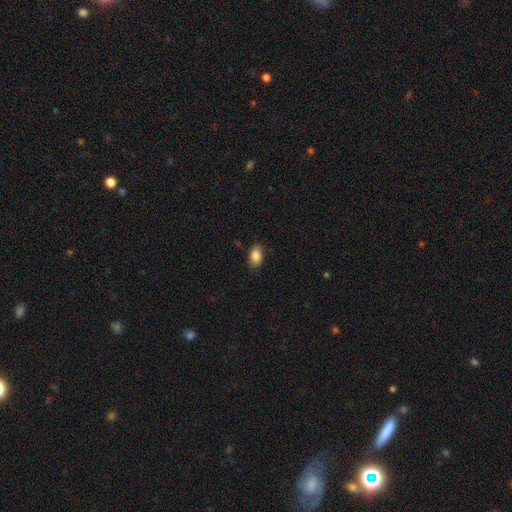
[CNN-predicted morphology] smooth-or-featured: smooth: 87% | star or artifact: 8% | featured or disk: 5%
  how-rounded: in between: 91% | round: 7% | cigar-shaped: 2%
  merging: none: 84% | minor disturbance: 12% | major disturbance: 3% | merger: 1%